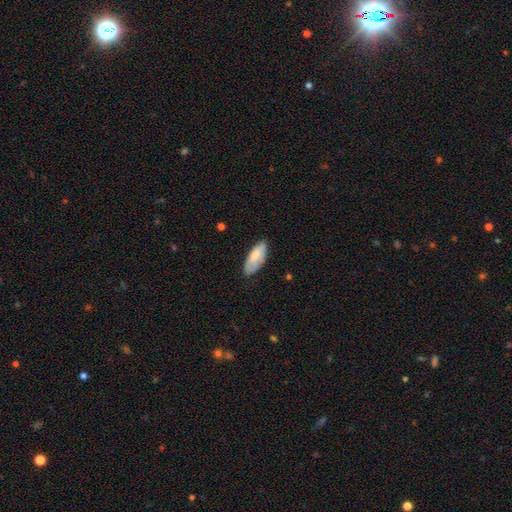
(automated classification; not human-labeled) smooth_or_featured: smooth (p=0.75) [alt: featured or disk p=0.19]
how_rounded: in between (p=0.84) [alt: cigar-shaped p=0.14]
merging: none (p=0.70) [alt: minor disturbance p=0.24]